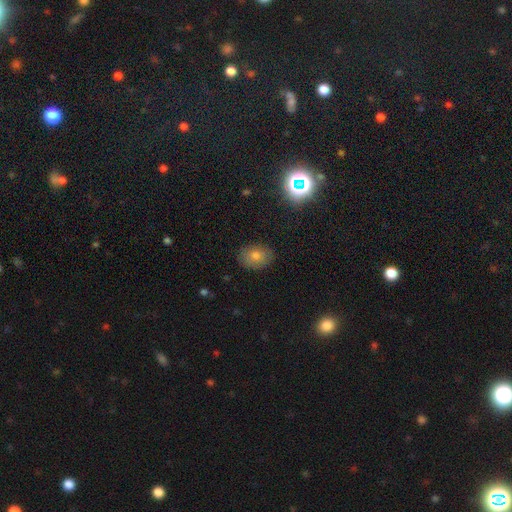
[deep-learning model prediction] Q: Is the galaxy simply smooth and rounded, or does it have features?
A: smooth — 69%.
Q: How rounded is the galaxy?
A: in between — 64%.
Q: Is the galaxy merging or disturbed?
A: none — 84%.